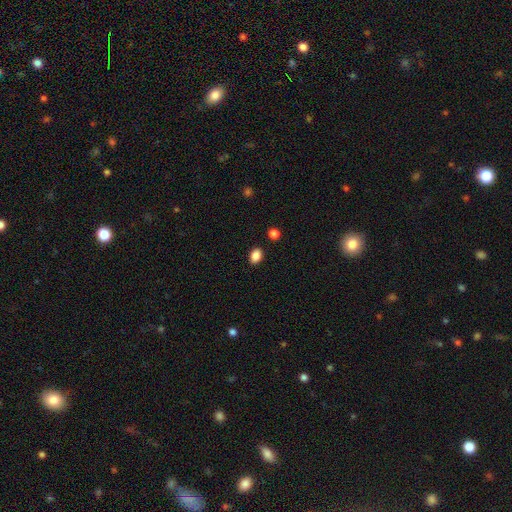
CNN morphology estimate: smooth_or_featured: smooth (p=0.87) [alt: star or artifact p=0.09]
how_rounded: in between (p=0.73) [alt: round p=0.26]
merging: none (p=0.88) [alt: minor disturbance p=0.08]